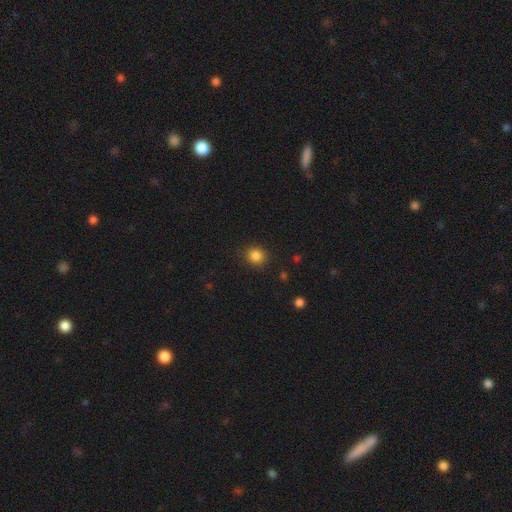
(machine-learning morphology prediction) Smooth or featured: smooth — 84% (star or artifact — 12%)
How rounded: round — 83% (in between — 16%)
Merging: none — 87% (minor disturbance — 9%)